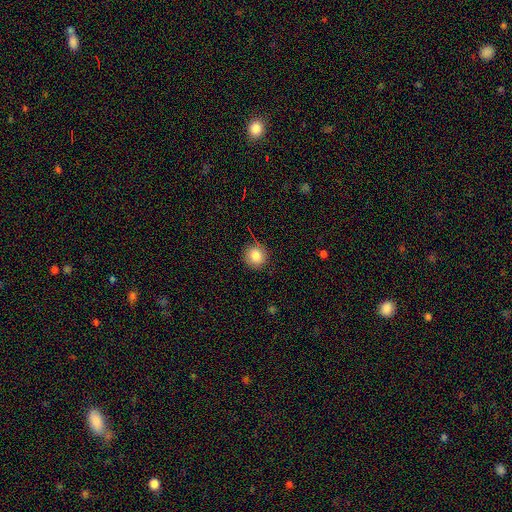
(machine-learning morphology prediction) This appears to be a smooth galaxy with no disk features (83%) that is round (90%). Merging: none (84%).